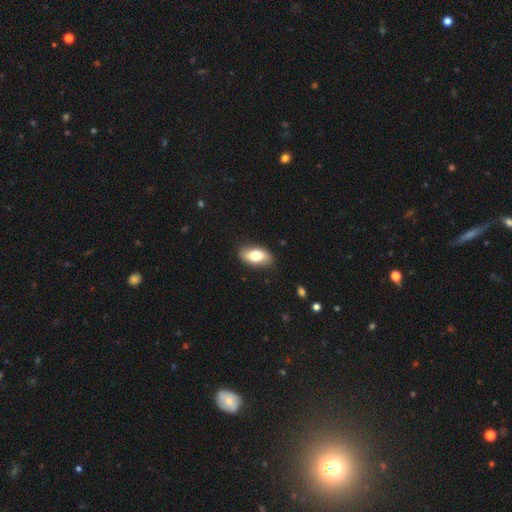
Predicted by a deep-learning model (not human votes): smooth_or_featured: smooth (p=0.70) [alt: featured or disk p=0.23]
how_rounded: in between (p=0.90) [alt: cigar-shaped p=0.05]
merging: none (p=0.84) [alt: minor disturbance p=0.12]